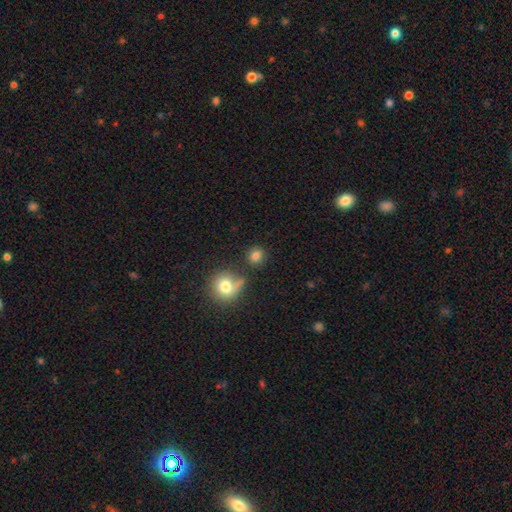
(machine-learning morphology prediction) Smooth or featured? Predicted: smooth (p=0.80). How rounded? Predicted: round (p=0.84). Merging? Predicted: none (p=0.79).